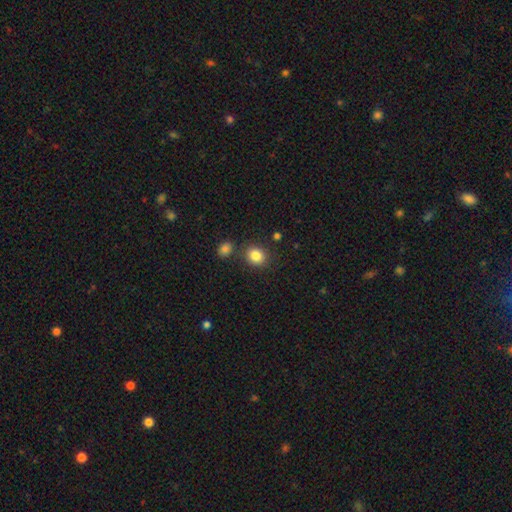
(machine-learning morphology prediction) Overall: smooth (85%). How rounded: round (64%; in between 35%). Merging: none (78%).